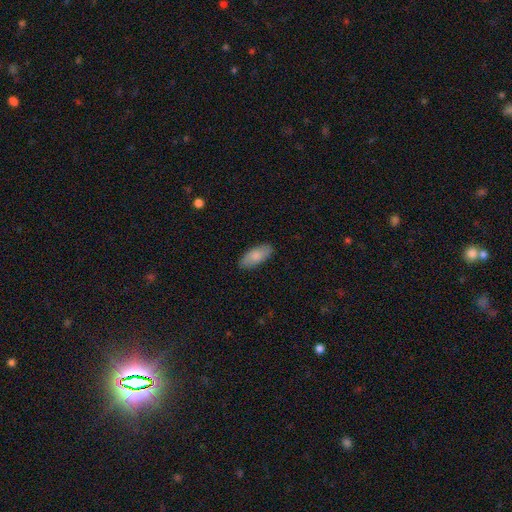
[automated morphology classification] Smooth or featured? Predicted: smooth (p=0.83). How rounded? Predicted: in between (p=0.86). Merging? Predicted: none (p=0.87).